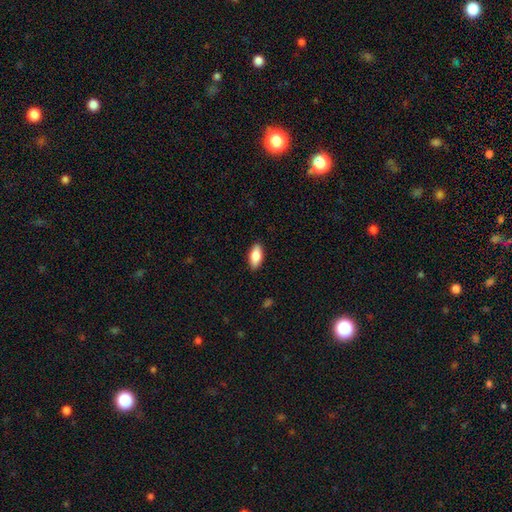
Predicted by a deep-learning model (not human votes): Smooth or featured: smooth — 83% (featured or disk — 11%)
How rounded: in between — 88% (cigar-shaped — 10%)
Merging: none — 89% (minor disturbance — 8%)